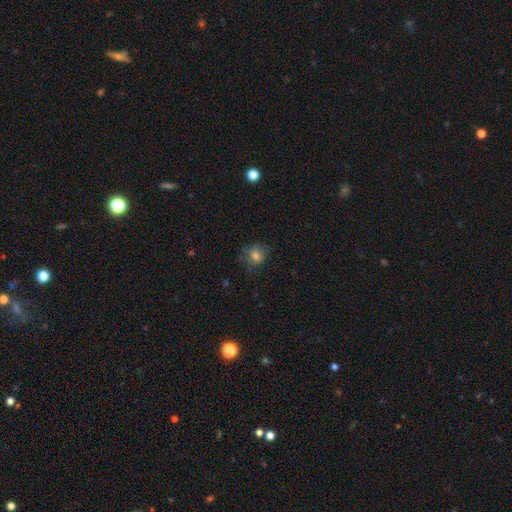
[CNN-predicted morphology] The model was most divided on "merging": none: 66%, minor disturbance: 22%, major disturbance: 11%, merger: 1%. More confident: how rounded — round (77%); smooth or featured — smooth (76%).